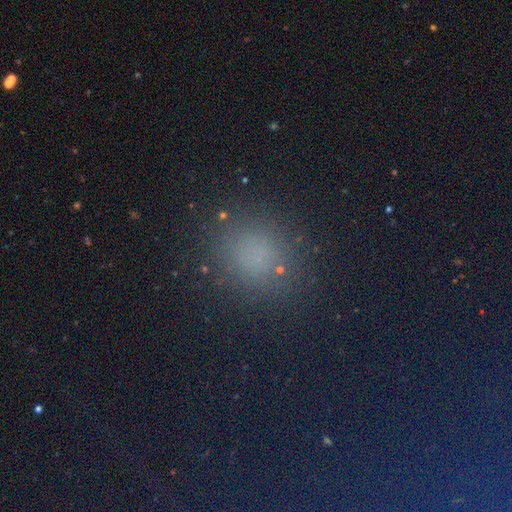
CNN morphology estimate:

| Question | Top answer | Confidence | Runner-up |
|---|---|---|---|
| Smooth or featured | smooth | 66% | star or artifact (28%) |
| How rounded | round | 69% | in between (29%) |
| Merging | none | 82% | minor disturbance (11%) |